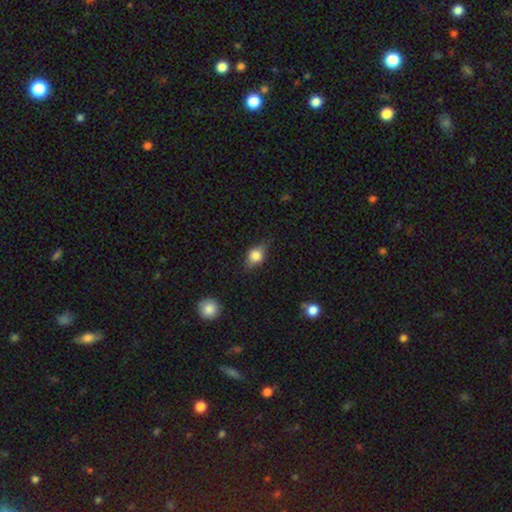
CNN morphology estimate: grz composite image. It shows a smooth galaxy with no disk features (69%) that is in between round and cigar-shaped (67%). Merging: none (73%).